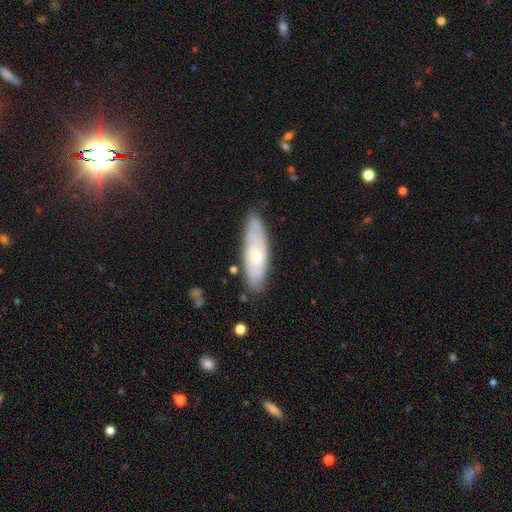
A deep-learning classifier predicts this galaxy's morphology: Overall: featured or disk (47%, tied with smooth). Merging: none (76%).